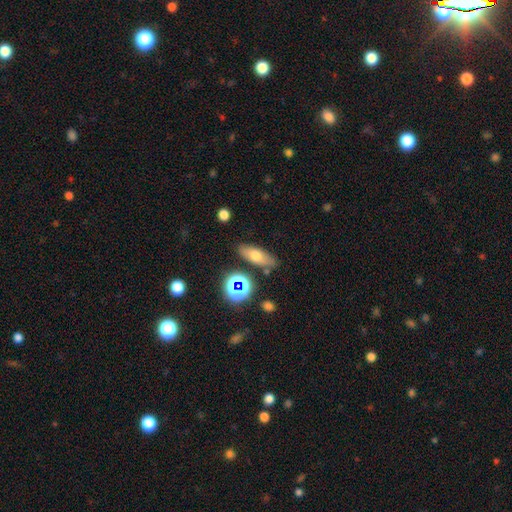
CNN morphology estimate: The model was most divided on "how rounded": in between: 64%, cigar-shaped: 28%, round: 8%. More confident: merging — none (81%); smooth or featured — smooth (65%).